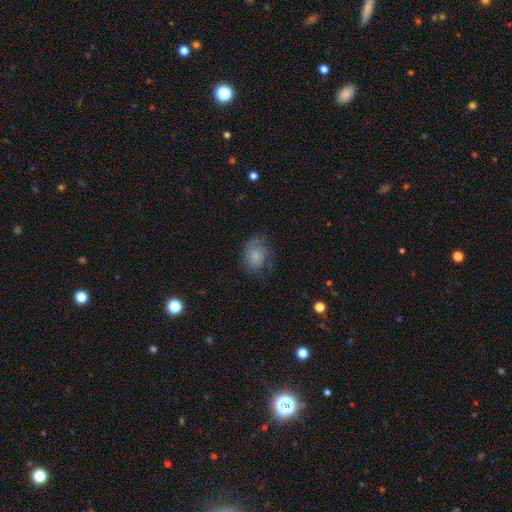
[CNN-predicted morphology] type=smooth (51%); roundness=in between (57%); merging=none (52%).